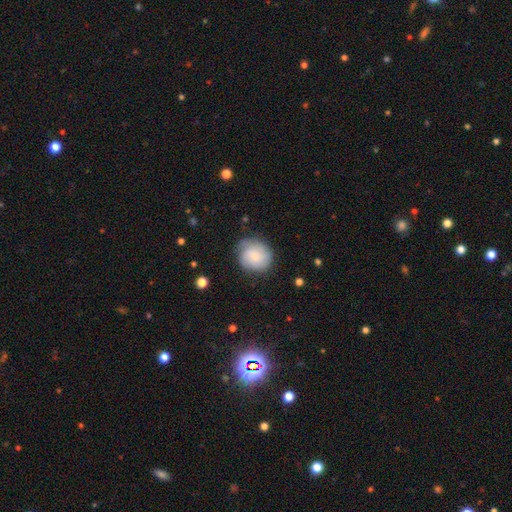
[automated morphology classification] A smooth galaxy with no disk features (61%) that is round (77%). Merging: none (71%).